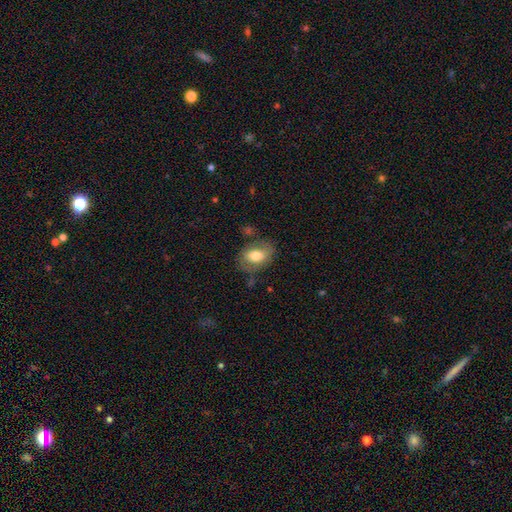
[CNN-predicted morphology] The model was most divided on "smooth or featured": smooth: 64%, featured or disk: 29%, star or artifact: 7%. More confident: how rounded — in between (80%); merging — none (64%).